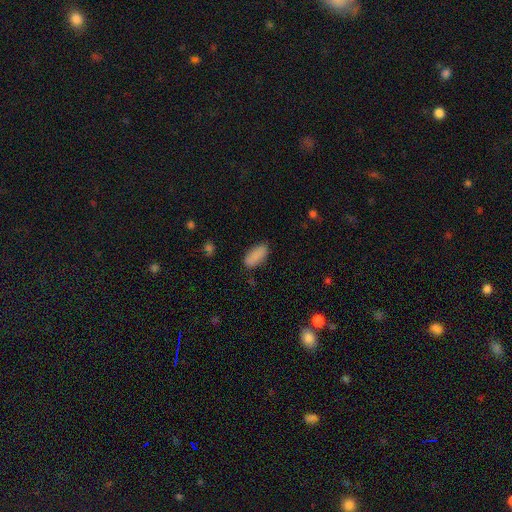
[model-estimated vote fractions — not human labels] smooth_or_featured: smooth (p=0.88) [alt: star or artifact p=0.07]
how_rounded: in between (p=0.86) [alt: cigar-shaped p=0.12]
merging: none (p=0.83) [alt: minor disturbance p=0.13]